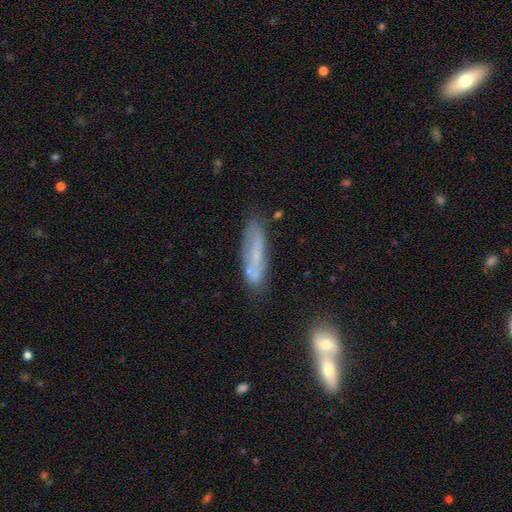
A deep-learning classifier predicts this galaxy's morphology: Smooth or featured? Predicted: featured or disk (p=0.47). Merging? Predicted: none (p=0.65).